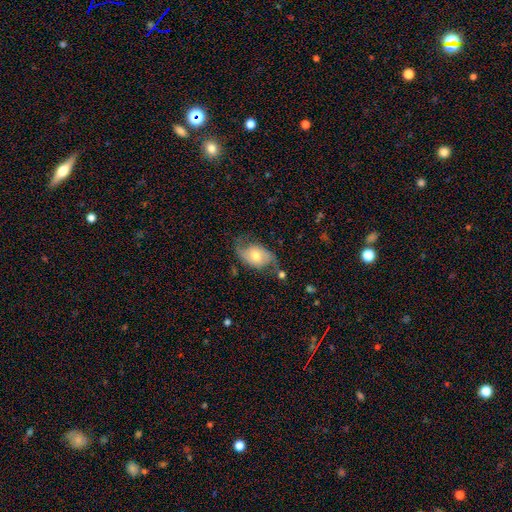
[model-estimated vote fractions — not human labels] Smooth or featured?
  - featured or disk: 61% *
  - smooth: 32%
  - star or artifact: 7%
Edge-on disk?
  - no: 95% *
  - yes: 5%
Bar?
  - no: 66% *
  - weak: 27%
  - strong: 7%
Spiral arms?
  - yes: 85% *
  - no: 15%
Bulge size?
  - moderate: 65% *
  - small: 23%
  - large: 9%
  - dominant: 2%
  - none: 2%
Merging?
  - none: 58% *
  - minor disturbance: 25%
  - major disturbance: 14%
  - merger: 4%